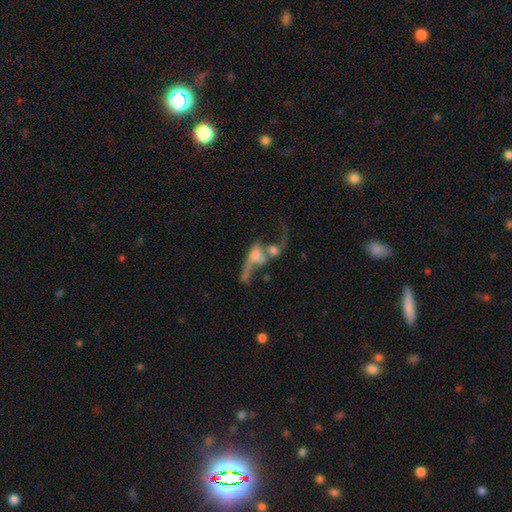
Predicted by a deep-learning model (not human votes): featured or disk 60%, smooth 28%, star or artifact 12%. Down the decision tree: edge-on disk — no (86%); bar — no (72%); spiral arms — no (51%); bulge size — none (38%); merging — merger (60%).